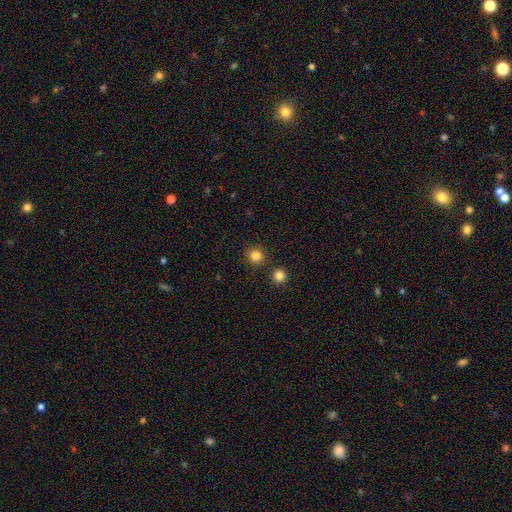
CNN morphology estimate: This appears to be a smooth galaxy with no disk features (83%) that is round (93%). Merging: none (86%).